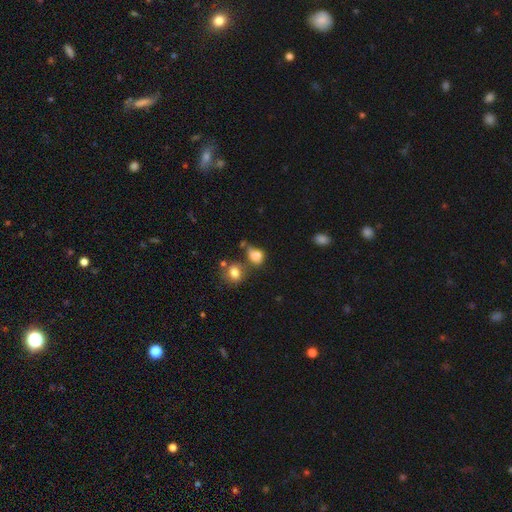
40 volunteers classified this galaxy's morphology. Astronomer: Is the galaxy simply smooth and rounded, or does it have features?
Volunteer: smooth — 82%.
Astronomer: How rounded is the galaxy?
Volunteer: in between — 64%.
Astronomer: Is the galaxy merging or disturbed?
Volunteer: minor disturbance — 35% (runner-up: merger, 27%).